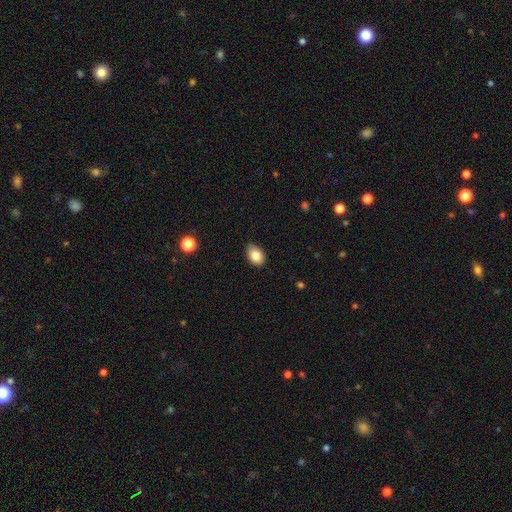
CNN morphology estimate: smooth_or_featured: smooth (p=0.84) [alt: star or artifact p=0.09]
how_rounded: in between (p=0.78) [alt: round p=0.21]
merging: none (p=0.71) [alt: minor disturbance p=0.25]